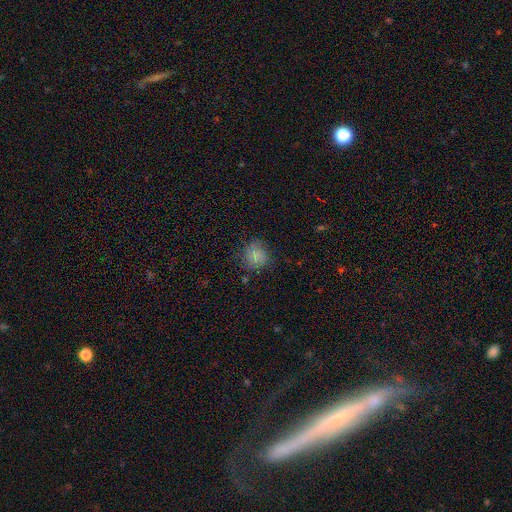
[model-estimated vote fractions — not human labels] A smooth galaxy with no disk features (78%) that is round (82%). Merging: none (71%).